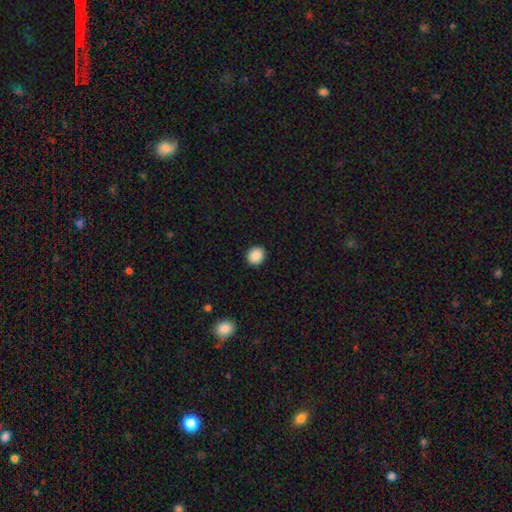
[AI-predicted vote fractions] Smooth or featured: smooth — 89% (star or artifact — 8%)
How rounded: round — 78% (in between — 21%)
Merging: none — 92% (minor disturbance — 5%)